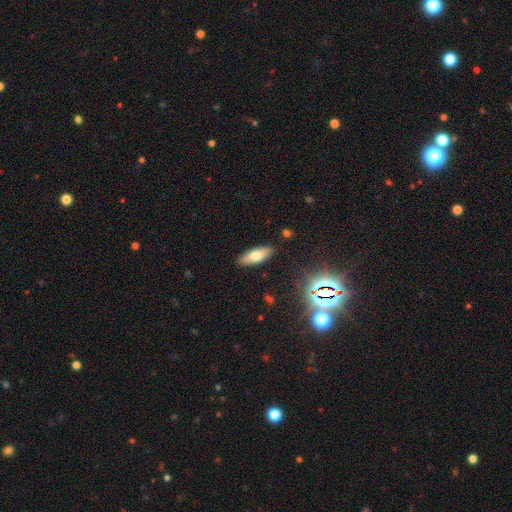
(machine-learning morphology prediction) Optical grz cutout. It shows a smooth galaxy with no disk features (72%) that is in between round and cigar-shaped (73%). Merging: none (87%).